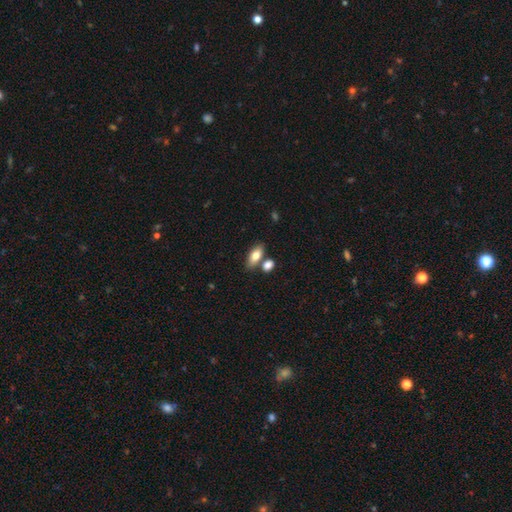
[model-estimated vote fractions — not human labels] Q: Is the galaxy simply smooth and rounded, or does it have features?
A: smooth — 77%.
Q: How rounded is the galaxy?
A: in between — 84%.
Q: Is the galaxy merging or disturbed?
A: none — 63%.